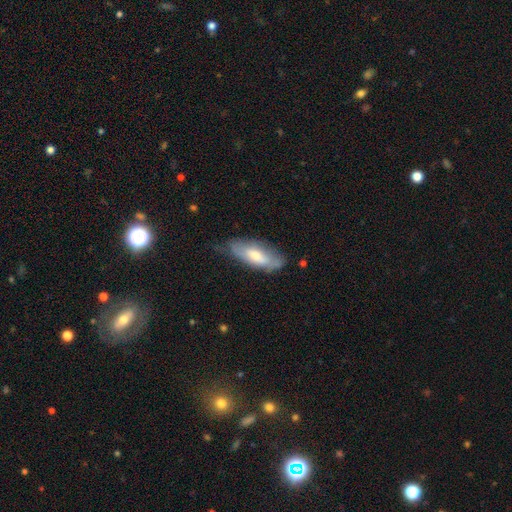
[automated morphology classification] type=smooth (58%); roundness=in between (69%); merging=none (58%).